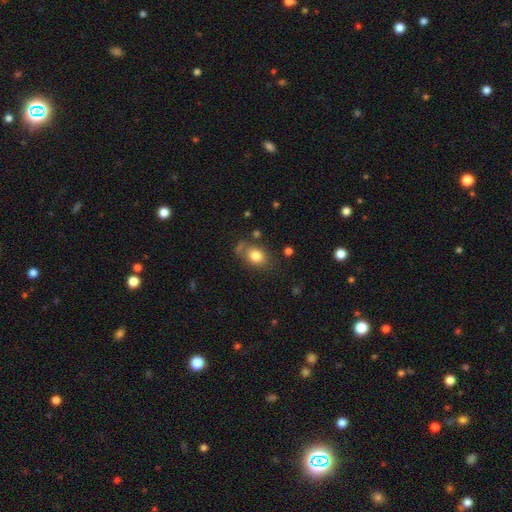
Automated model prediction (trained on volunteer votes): smooth-or-featured: smooth: 80% | star or artifact: 10% | featured or disk: 10%
  how-rounded: in between: 62% | round: 37% | cigar-shaped: 1%
  merging: none: 67% | minor disturbance: 18% | merger: 8% | major disturbance: 7%